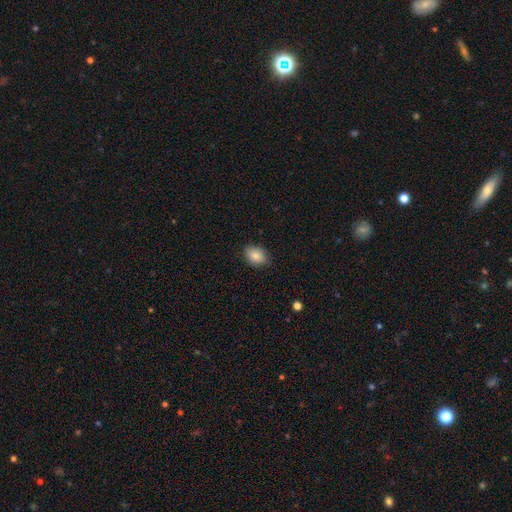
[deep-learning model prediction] Smooth or featured? Predicted: smooth (p=0.85). How rounded? Predicted: in between (p=0.69). Merging? Predicted: none (p=0.82).